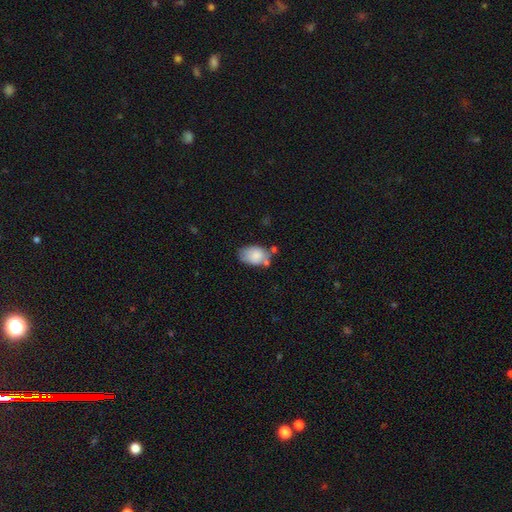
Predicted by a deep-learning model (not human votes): Morphology: type=smooth (81%); roundness=in between (87%); merging=none (47%).